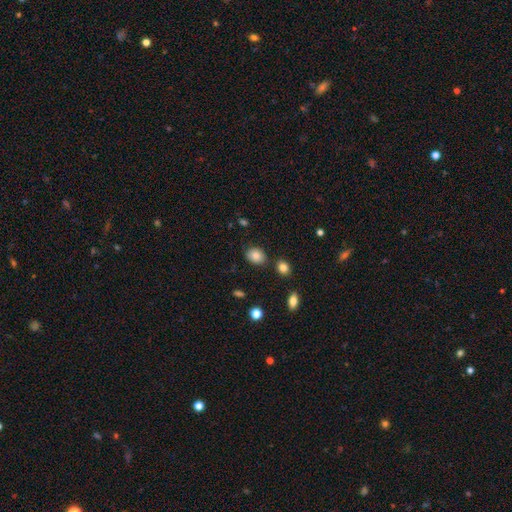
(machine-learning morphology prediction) A smooth galaxy with no disk features (84%) that is in between round and cigar-shaped (60%). Merging: none (81%).